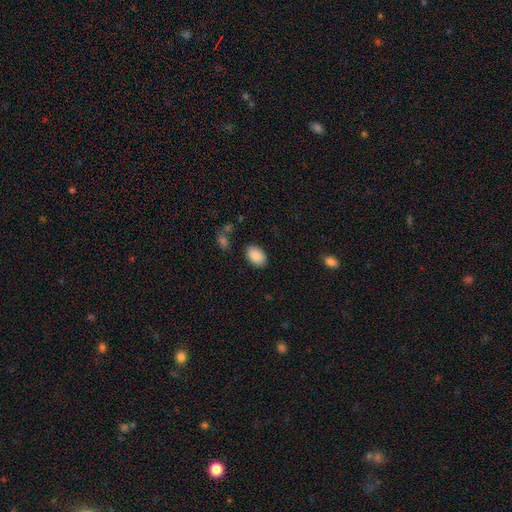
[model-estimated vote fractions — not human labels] Smooth or featured?
  - smooth: 89% *
  - star or artifact: 7%
  - featured or disk: 4%
How rounded?
  - in between: 89% *
  - round: 10%
  - cigar-shaped: 1%
Merging?
  - none: 86% *
  - minor disturbance: 10%
  - major disturbance: 3%
  - merger: 2%